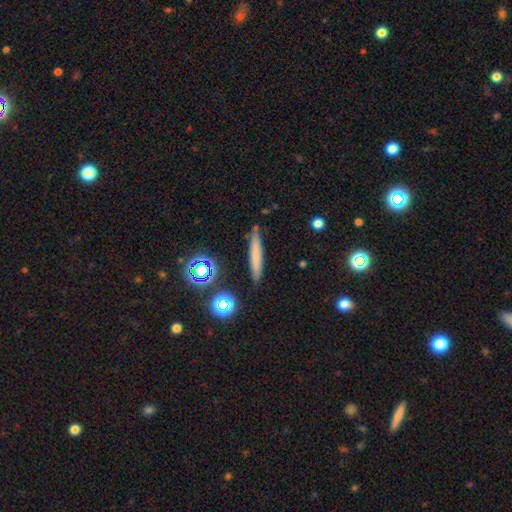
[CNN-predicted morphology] A smooth galaxy with no disk features (66%) that is cigar-shaped (91%).

Vote fractions:
- Smooth or featured? smooth: 66% / featured or disk: 22% / star or artifact: 12%
- How rounded? cigar-shaped: 91% / in between: 6% / round: 3%
- Merging? none: 87% / minor disturbance: 9% / merger: 2% / major disturbance: 2%